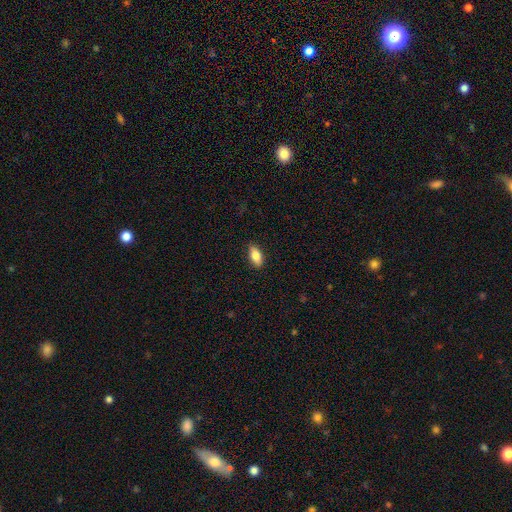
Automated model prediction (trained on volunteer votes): Smooth or featured?
  - smooth: 81% *
  - featured or disk: 12%
  - star or artifact: 7%
How rounded?
  - in between: 85% *
  - cigar-shaped: 12%
  - round: 3%
Merging?
  - none: 88% *
  - minor disturbance: 9%
  - major disturbance: 2%
  - merger: 1%